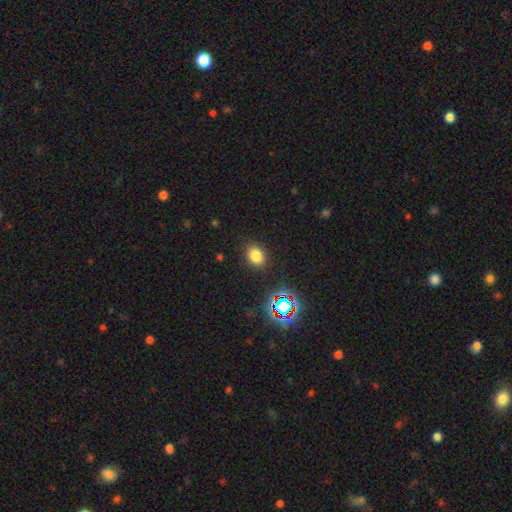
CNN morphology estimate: Smooth or featured? smooth (75%)
How rounded? in between (63%)
Merging? none (86%)